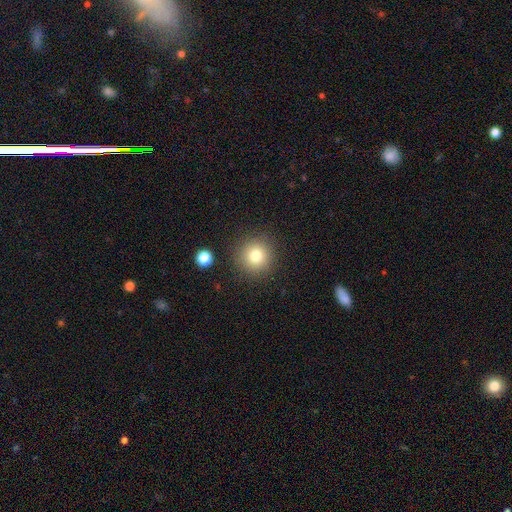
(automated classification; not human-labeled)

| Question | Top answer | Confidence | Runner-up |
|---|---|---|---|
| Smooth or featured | smooth | 78% | star or artifact (13%) |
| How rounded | round | 95% | in between (4%) |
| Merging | none | 88% | minor disturbance (7%) |